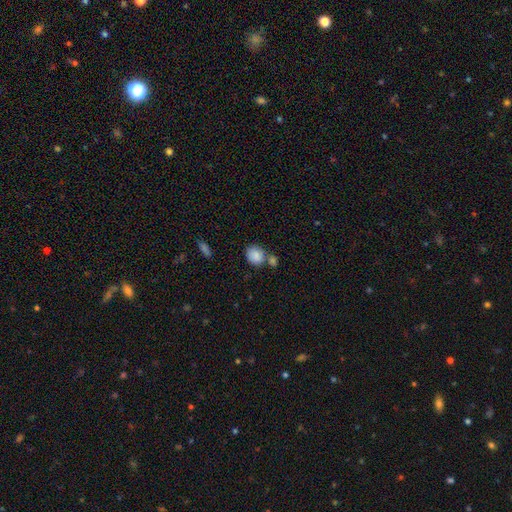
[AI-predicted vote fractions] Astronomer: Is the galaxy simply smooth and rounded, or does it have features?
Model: smooth — 87%.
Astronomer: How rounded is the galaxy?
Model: round — 62%.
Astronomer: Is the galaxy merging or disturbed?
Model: none — 55%.